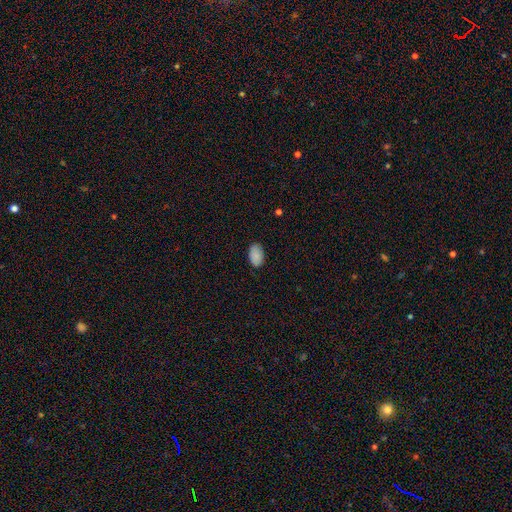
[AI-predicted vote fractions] This appears to be a smooth galaxy with no disk features (88%) that is in between round and cigar-shaped (93%). Merging: none (84%).